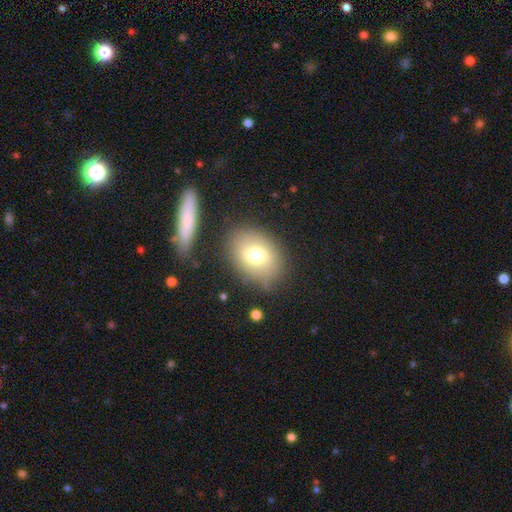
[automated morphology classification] Smooth or featured?
  - smooth: 72% *
  - featured or disk: 18%
  - star or artifact: 10%
How rounded?
  - in between: 63% *
  - round: 36%
  - cigar-shaped: 1%
Merging?
  - none: 76% *
  - minor disturbance: 14%
  - major disturbance: 5%
  - merger: 5%